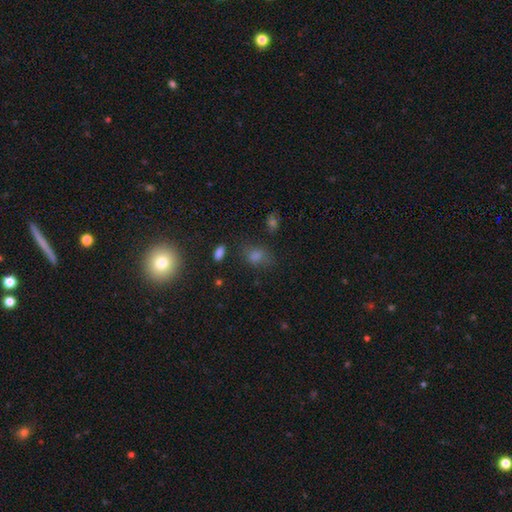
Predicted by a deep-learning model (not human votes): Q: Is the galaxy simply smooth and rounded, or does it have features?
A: smooth — 65%.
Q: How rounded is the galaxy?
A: in between — 59%.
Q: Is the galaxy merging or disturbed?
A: none — 72%.